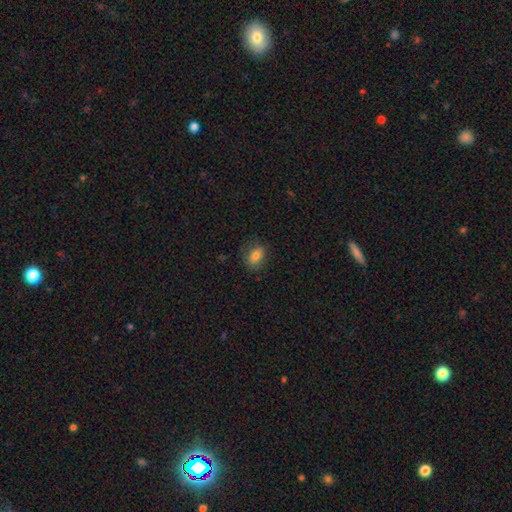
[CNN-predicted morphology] A smooth galaxy with no disk features (79%) that is in between round and cigar-shaped (74%).

Vote fractions:
- Smooth or featured? smooth: 79% / featured or disk: 11% / star or artifact: 10%
- How rounded? in between: 74% / round: 24% / cigar-shaped: 2%
- Merging? none: 77% / minor disturbance: 17% / major disturbance: 5% / merger: 1%